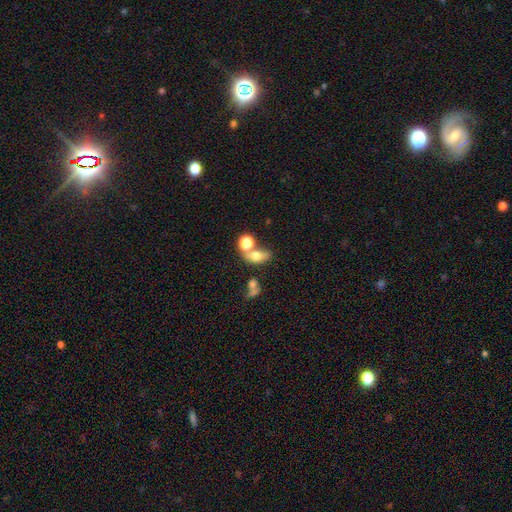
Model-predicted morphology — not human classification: Smooth or featured? smooth (66%)
How rounded? in between (69%)
Merging? merger (43%)